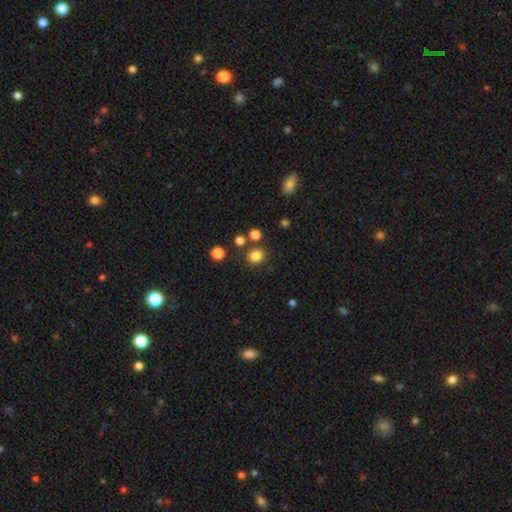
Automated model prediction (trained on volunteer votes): Smooth or featured? smooth (82%)
How rounded? round (67%)
Merging? none (79%)